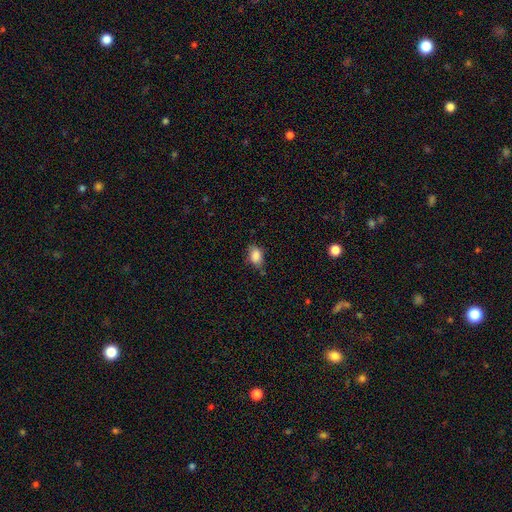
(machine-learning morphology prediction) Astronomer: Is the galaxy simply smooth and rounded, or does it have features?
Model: smooth — 85%.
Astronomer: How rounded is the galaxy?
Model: in between — 79%.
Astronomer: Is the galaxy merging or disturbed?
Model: none — 63%.